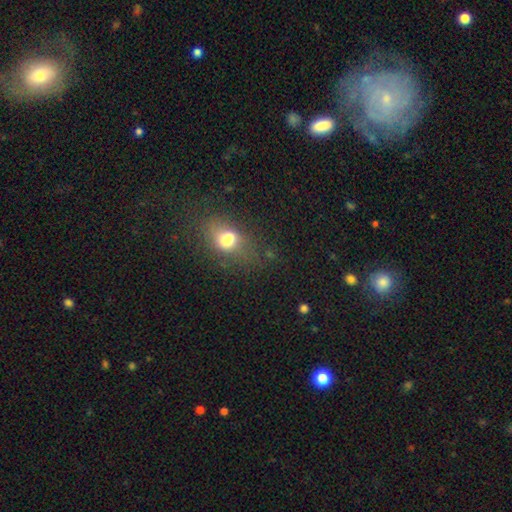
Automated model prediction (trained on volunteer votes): Smooth or featured?
  - smooth: 51% *
  - featured or disk: 25%
  - star or artifact: 25%
How rounded?
  - in between: 57% *
  - round: 39%
  - cigar-shaped: 3%
Merging?
  - none: 74% *
  - minor disturbance: 15%
  - major disturbance: 8%
  - merger: 3%